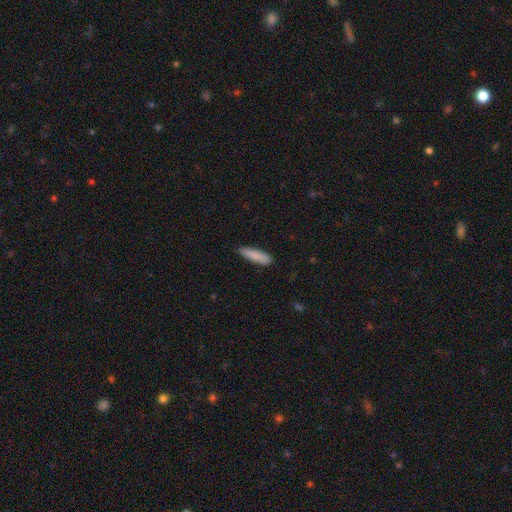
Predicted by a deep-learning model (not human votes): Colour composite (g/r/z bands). It shows a smooth galaxy with no disk features (88%) that is cigar-shaped (73%). Merging: none (85%).